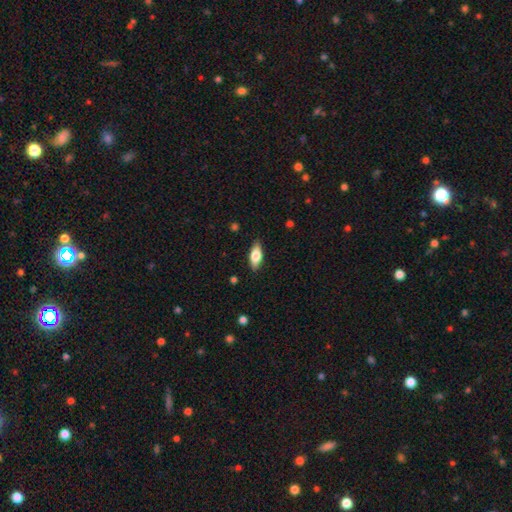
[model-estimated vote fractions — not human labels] smooth 72%, featured or disk 22%, star or artifact 7%. Down the decision tree: how rounded — in between (83%); merging — none (87%).